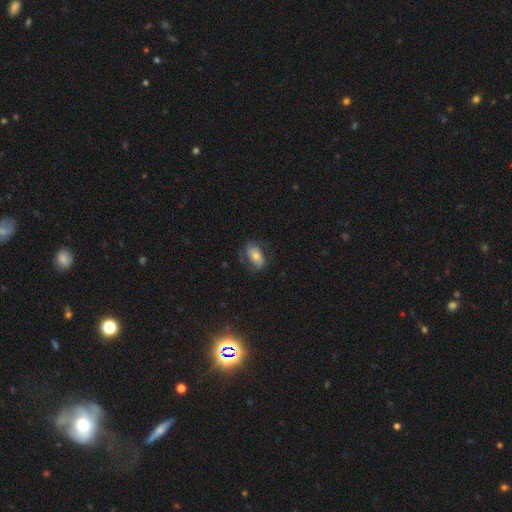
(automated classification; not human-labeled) A smooth galaxy with no disk features (53%) that is in between round and cigar-shaped (88%). Merging: none (63%).